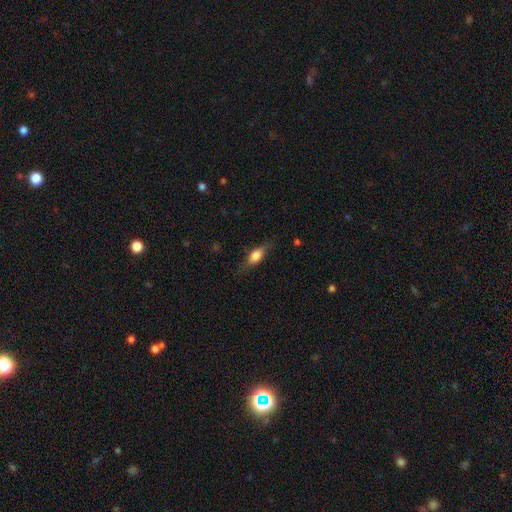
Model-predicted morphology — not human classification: The model was most divided on "smooth or featured": smooth: 65%, featured or disk: 28%, star or artifact: 8%. More confident: merging — none (72%); how rounded — in between (67%).